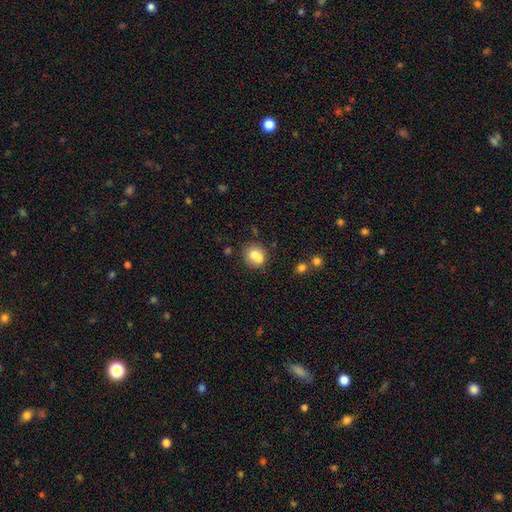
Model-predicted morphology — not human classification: type=smooth (73%); roundness=round (70%); merging=none (45%).